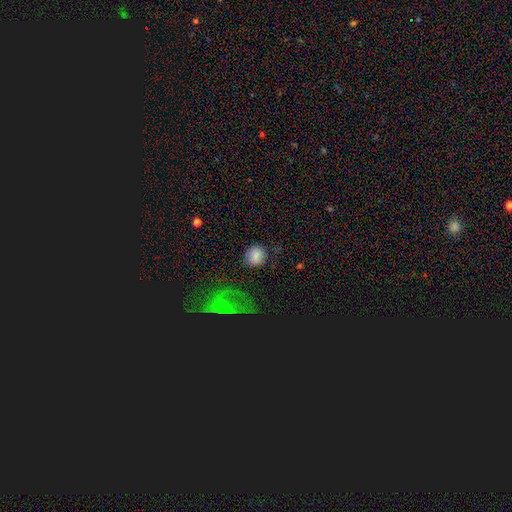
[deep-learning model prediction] Smooth or featured: smooth — 82% (star or artifact — 9%)
How rounded: round — 85% (in between — 14%)
Merging: none — 77% (minor disturbance — 15%)